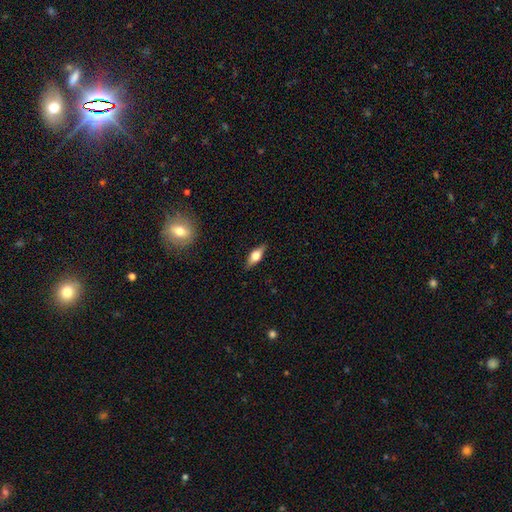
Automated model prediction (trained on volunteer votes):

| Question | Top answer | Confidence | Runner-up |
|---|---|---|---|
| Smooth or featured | smooth | 50% | featured or disk (43%) |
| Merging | none | 86% | minor disturbance (10%) |